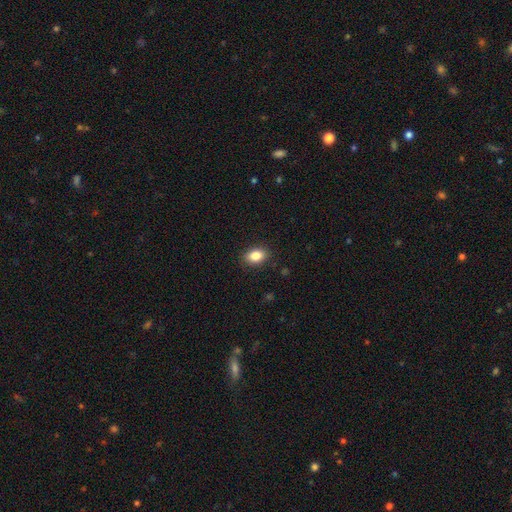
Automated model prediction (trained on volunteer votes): Smooth or featured? smooth (85%)
How rounded? in between (82%)
Merging? none (88%)